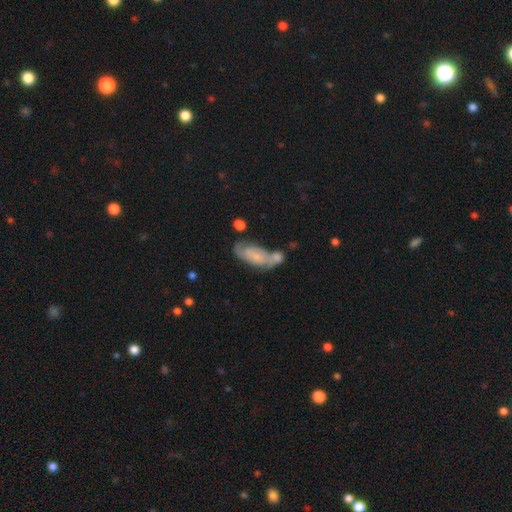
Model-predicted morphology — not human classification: smooth_or_featured: featured or disk (p=0.54) [alt: smooth p=0.39]
disk_edge_on: no (p=0.91) [alt: yes p=0.09]
merging: merger (p=0.41) [alt: none p=0.30]